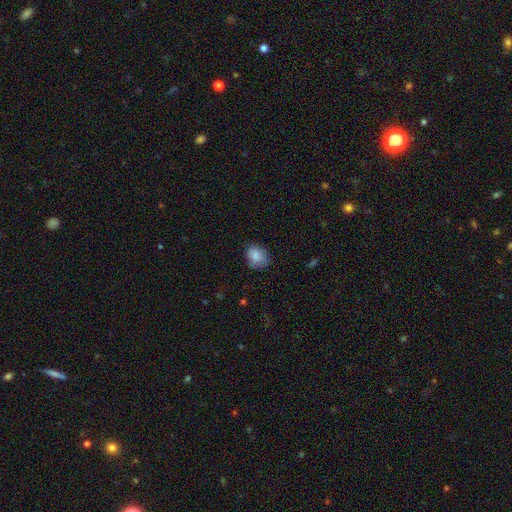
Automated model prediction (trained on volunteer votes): Smooth or featured: smooth — 86% (star or artifact — 8%)
How rounded: round — 55% (in between — 44%)
Merging: none — 69% (minor disturbance — 24%)